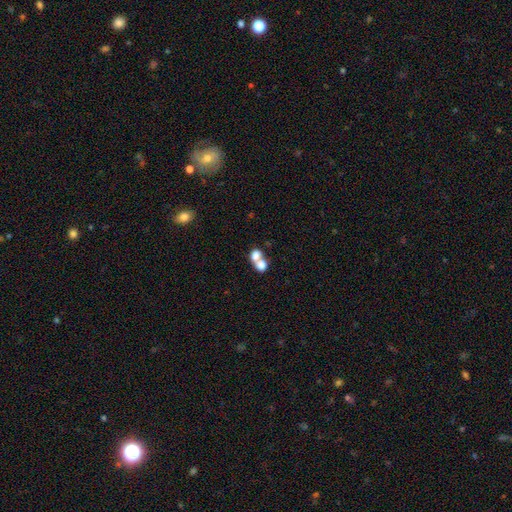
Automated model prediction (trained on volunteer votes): smooth-or-featured: smooth: 73% | featured or disk: 16% | star or artifact: 11%
  how-rounded: round: 53% | in between: 46% | cigar-shaped: 1%
  merging: merger: 70% | none: 21% | minor disturbance: 5% | major disturbance: 4%